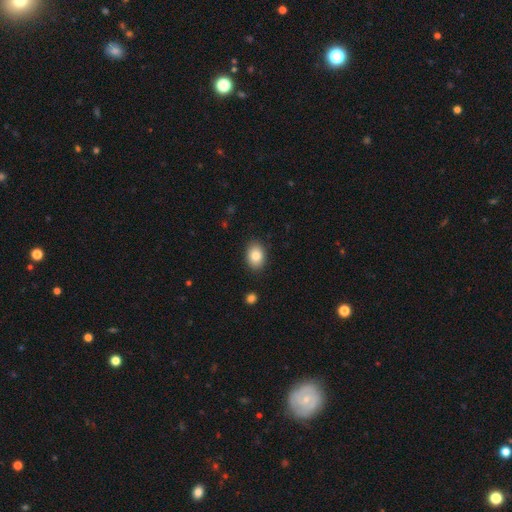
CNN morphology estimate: type=smooth (84%); roundness=in between (75%); merging=none (88%).